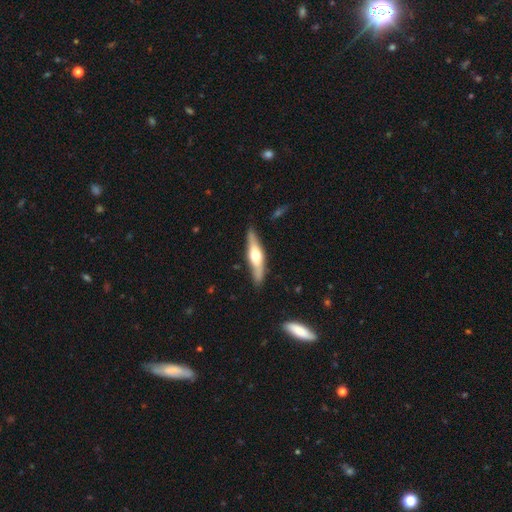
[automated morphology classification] The model was most divided on "smooth or featured": featured or disk: 58%, smooth: 37%, star or artifact: 5%. More confident: edge-on bulge — rounded (91%); edge-on disk — yes (88%); merging — none (86%).